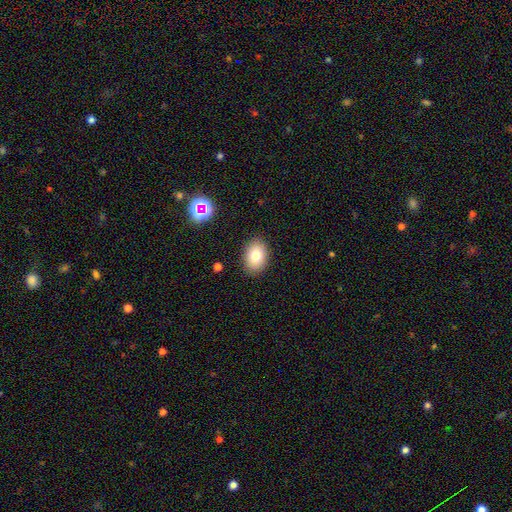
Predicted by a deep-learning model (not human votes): This is likely a smooth galaxy (79%). How rounded: likely in between (77%). Merging: clearly none (88%).